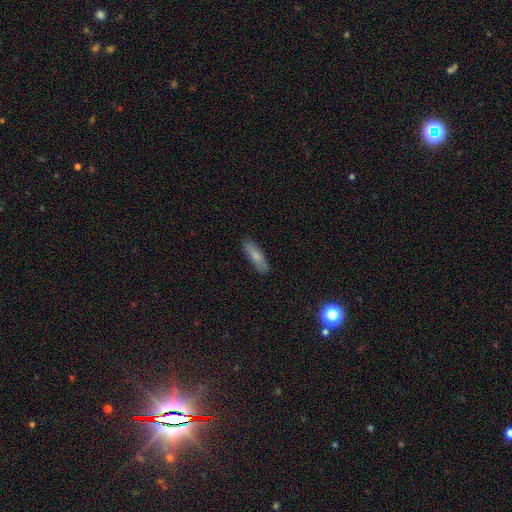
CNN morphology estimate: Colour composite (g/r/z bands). It shows a smooth galaxy with no disk features (78%) that is cigar-shaped (61%). Merging: none (86%).